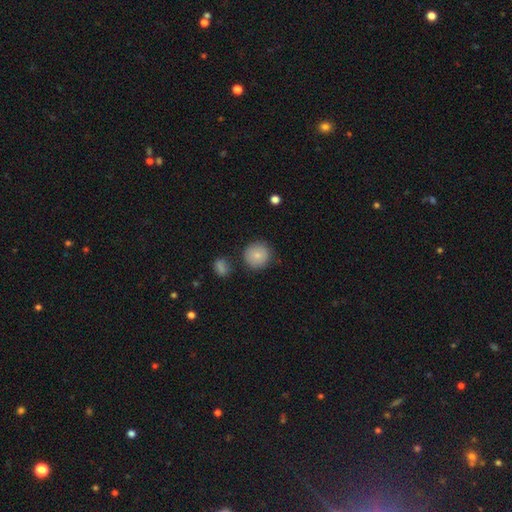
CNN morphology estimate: smooth_or_featured: smooth (p=0.80) [alt: featured or disk p=0.12]
how_rounded: round (p=0.93) [alt: in between p=0.06]
merging: none (p=0.82) [alt: minor disturbance p=0.11]